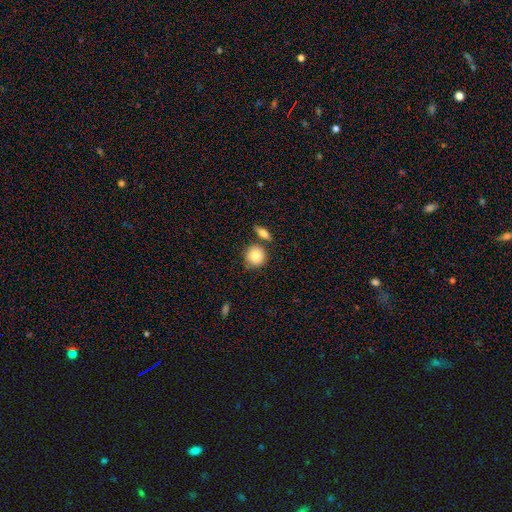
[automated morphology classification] Smooth or featured? smooth (85%)
How rounded? round (89%)
Merging? none (71%)